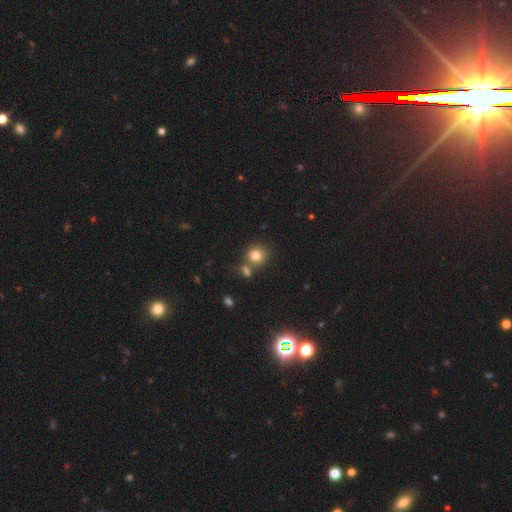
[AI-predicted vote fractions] smooth 78%, star or artifact 13%, featured or disk 9%. Down the decision tree: how rounded — round (85%); merging — none (63%).